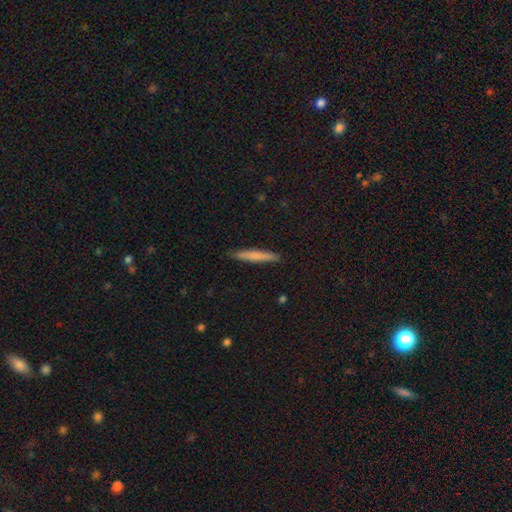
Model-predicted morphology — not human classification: Smooth or featured? Predicted: smooth (p=0.72). How rounded? Predicted: cigar-shaped (p=0.95). Merging? Predicted: none (p=0.90).